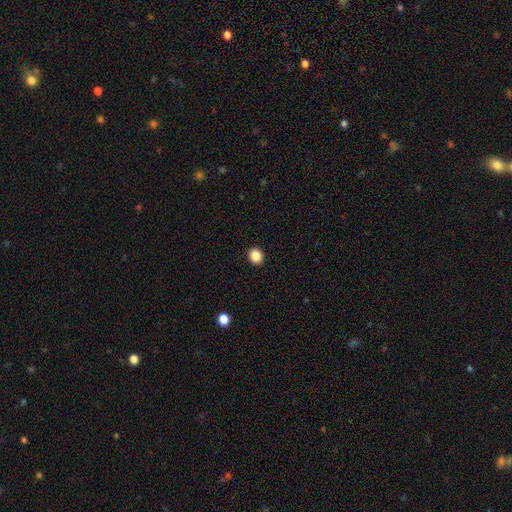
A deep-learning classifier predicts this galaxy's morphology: The model was most divided on "how rounded": round: 84%, in between: 15%, cigar-shaped: 1%. More confident: merging — none (93%); smooth or featured — smooth (87%).